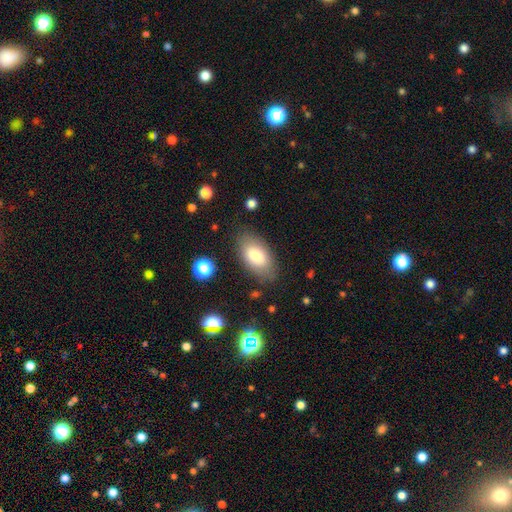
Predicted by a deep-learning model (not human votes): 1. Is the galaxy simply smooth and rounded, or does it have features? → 79% smooth, 14% featured or disk, 8% star or artifact.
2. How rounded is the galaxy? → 93% in between, 4% round, 3% cigar-shaped.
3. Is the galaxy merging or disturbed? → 80% none, 14% minor disturbance, 4% major disturbance, 2% merger.